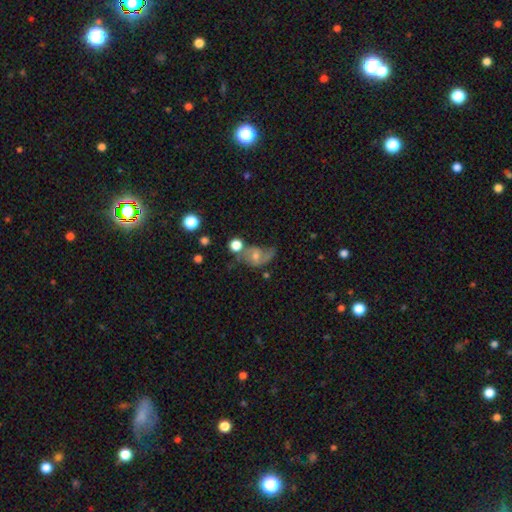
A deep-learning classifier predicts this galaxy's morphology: The model was most divided on "bulge size": moderate: 46%, small: 43%, none: 6%, large: 4%, dominant: 2%. Remaining: edge-on disk — no (96%); spiral arms — yes (79%); bar — no (59%); smooth or featured — featured or disk (55%); merging — none (38%).